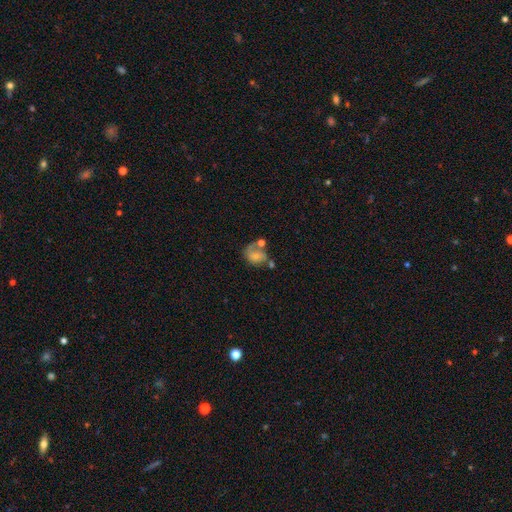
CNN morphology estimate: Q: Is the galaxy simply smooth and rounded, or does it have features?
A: featured or disk — 45%.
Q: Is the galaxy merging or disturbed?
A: none — 30%.